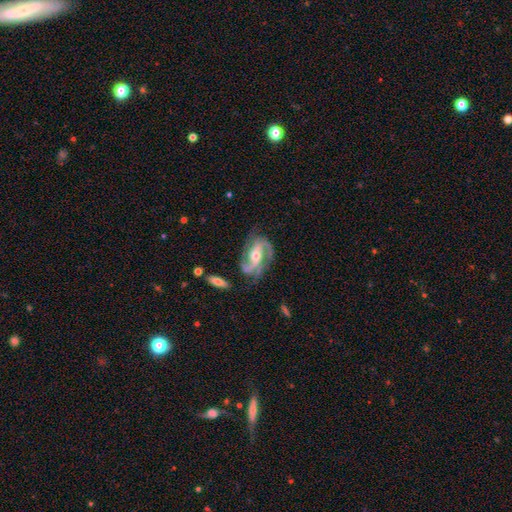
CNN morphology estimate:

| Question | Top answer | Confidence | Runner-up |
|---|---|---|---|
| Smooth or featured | featured or disk | 90% | smooth (5%) |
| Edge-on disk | no | 96% | yes (4%) |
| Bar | no | 36% | weak (35%) |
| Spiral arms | yes | 98% | no (2%) |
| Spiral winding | medium | 54% | tight (28%) |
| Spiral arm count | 2 | 79% | 3 (12%) |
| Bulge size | moderate | 59% | small (36%) |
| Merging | none | 70% | minor disturbance (19%) |